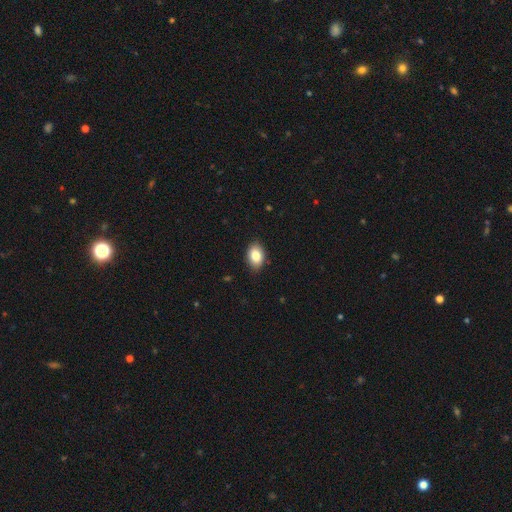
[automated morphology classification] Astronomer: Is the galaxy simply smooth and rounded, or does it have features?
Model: smooth — 84%.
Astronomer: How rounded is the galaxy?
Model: in between — 85%.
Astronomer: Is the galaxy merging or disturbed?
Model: none — 87%.